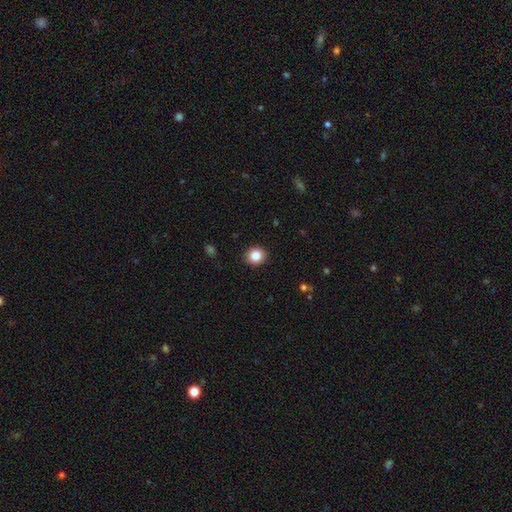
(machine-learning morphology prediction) Overall: smooth (85%). How rounded: round (83%). Merging: none (91%).